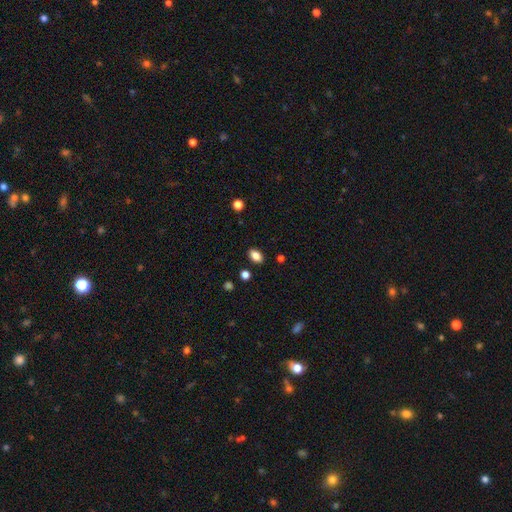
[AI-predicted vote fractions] Q: Smooth or featured?
A: smooth (85%); runner-up: star or artifact (10%)
Q: How rounded?
A: in between (87%); runner-up: round (11%)
Q: Merging?
A: none (87%); runner-up: minor disturbance (9%)